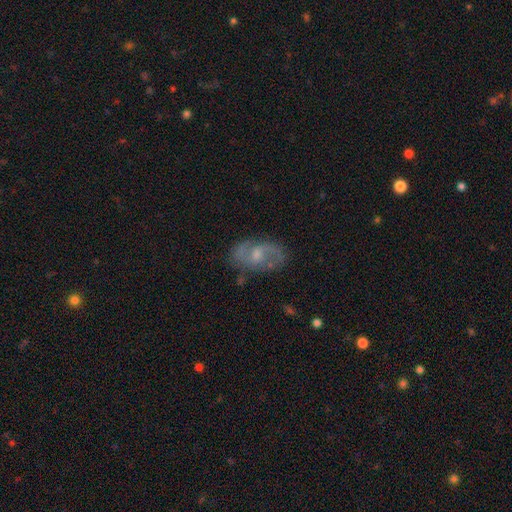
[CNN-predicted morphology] A featured or disk galaxy (75%) with a weak bar (48%), 2 (82%) medium (51%) spiral arms (90%) and a moderate central bulge (46%).

Vote fractions:
- Smooth or featured? featured or disk: 75% / smooth: 17% / star or artifact: 8%
- Edge-on disk? no: 96% / yes: 4%
- Bar? weak: 48% / no: 45% / strong: 7%
- Spiral arms? yes: 90% / no: 10%
- Spiral winding? medium: 51% / loose: 28% / tight: 21%
- Spiral arm count? 2: 82% / can't tell: 10% / 1: 3% / 3: 2% / 4: 1% / more than 4: 1%
- Bulge size? moderate: 46% / small: 41% / none: 8% / large: 4% / dominant: 1%
- Merging? none: 76% / minor disturbance: 16% / major disturbance: 6% / merger: 2%